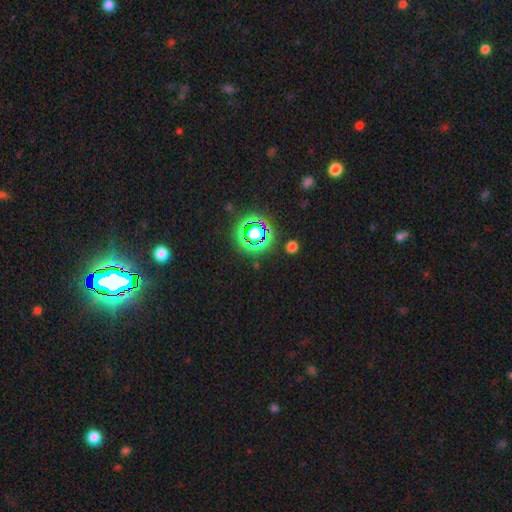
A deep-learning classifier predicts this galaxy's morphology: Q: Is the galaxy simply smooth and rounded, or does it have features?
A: star or artifact — 81%.